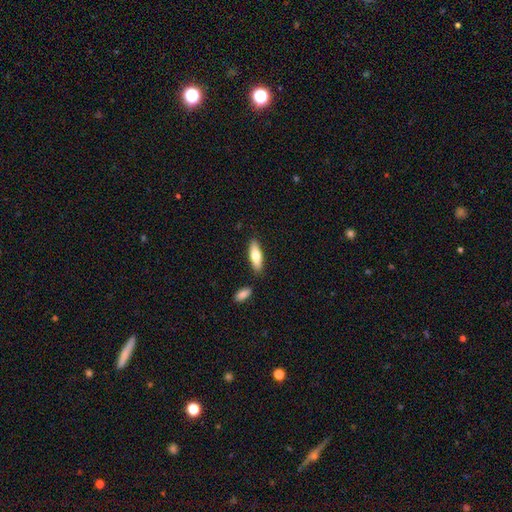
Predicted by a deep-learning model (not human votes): Smooth or featured? smooth (71%)
How rounded? in between (55%)
Merging? none (83%)